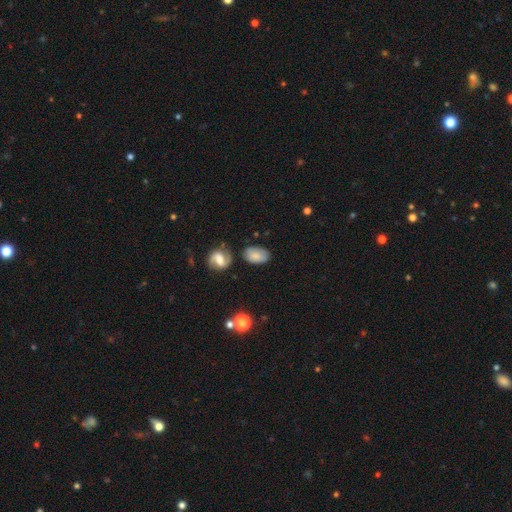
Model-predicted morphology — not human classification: Smooth or featured? Predicted: smooth (p=0.74). How rounded? Predicted: in between (p=0.90). Merging? Predicted: none (p=0.72).